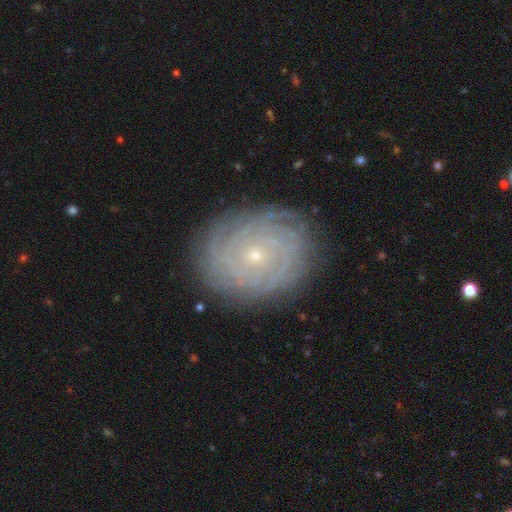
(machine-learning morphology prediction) The model was most divided on "spiral arm count": can't tell: 34%, more than 4: 19%, 4: 18%, 3: 11%, 2: 10%, 1: 7%. More confident: edge-on disk — no (97%); spiral arms — yes (95%); spiral winding — tight (87%); merging — none (84%); bar — no (82%); smooth or featured — featured or disk (82%); bulge size — small (81%).